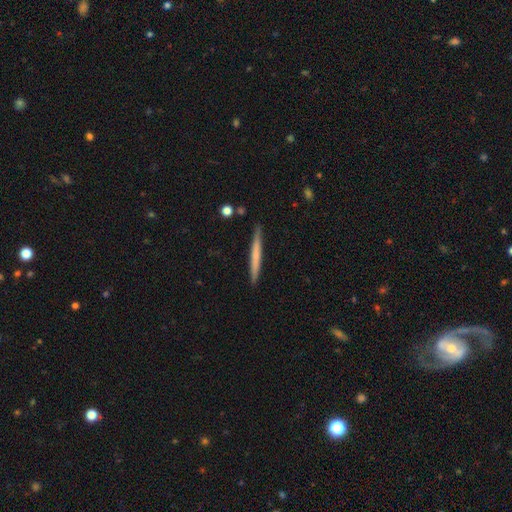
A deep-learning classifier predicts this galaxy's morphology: This appears to be a smooth galaxy with no disk features (57%) that is cigar-shaped (97%). Merging: none (90%).